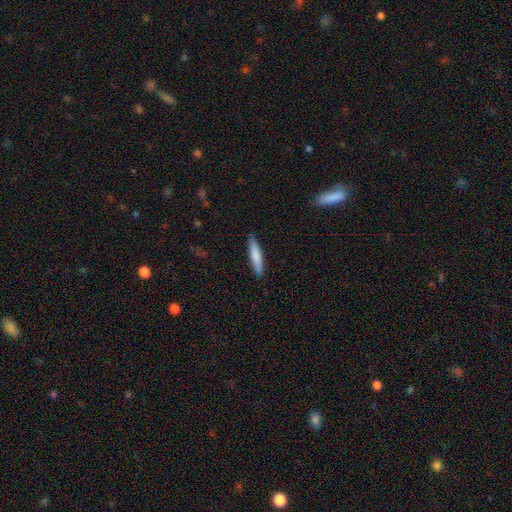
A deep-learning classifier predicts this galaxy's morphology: Q: Smooth or featured?
A: smooth (77%); runner-up: featured or disk (17%)
Q: How rounded?
A: cigar-shaped (88%); runner-up: in between (11%)
Q: Merging?
A: none (89%); runner-up: minor disturbance (8%)